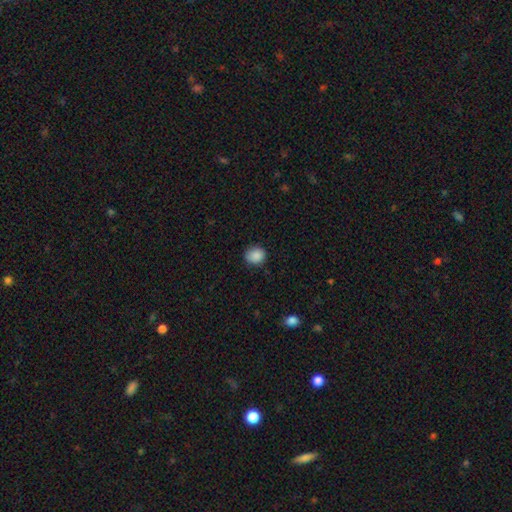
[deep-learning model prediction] Smooth or featured?
  - smooth: 88% *
  - star or artifact: 9%
  - featured or disk: 3%
How rounded?
  - round: 71% *
  - in between: 28%
  - cigar-shaped: 1%
Merging?
  - none: 83% *
  - minor disturbance: 14%
  - major disturbance: 3%
  - merger: 1%